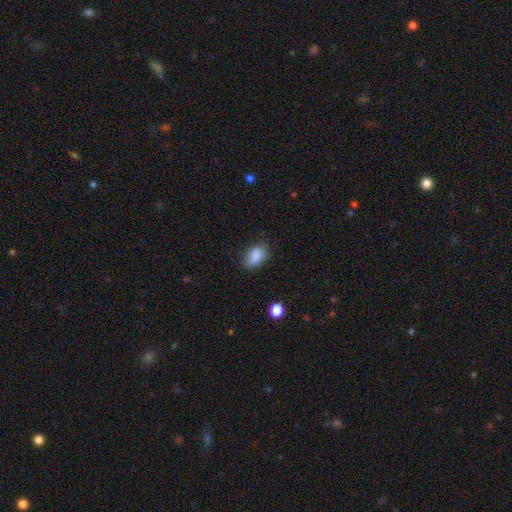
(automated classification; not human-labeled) This is clearly a smooth galaxy (85%). How rounded: clearly in between (90%). Merging: likely none (67%).